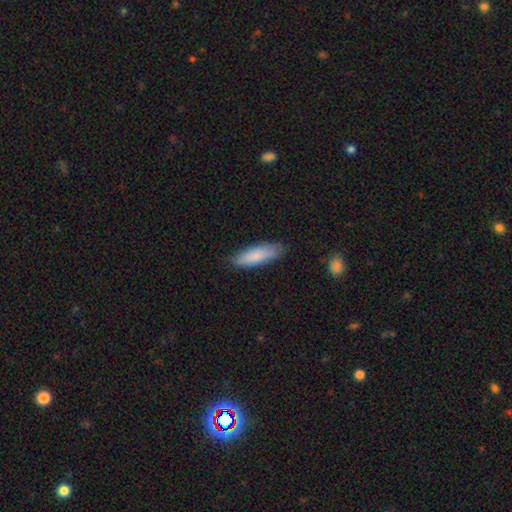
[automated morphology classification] This appears to be a smooth galaxy with no disk features (84%) that is in between round and cigar-shaped (55%). Merging: none (81%).